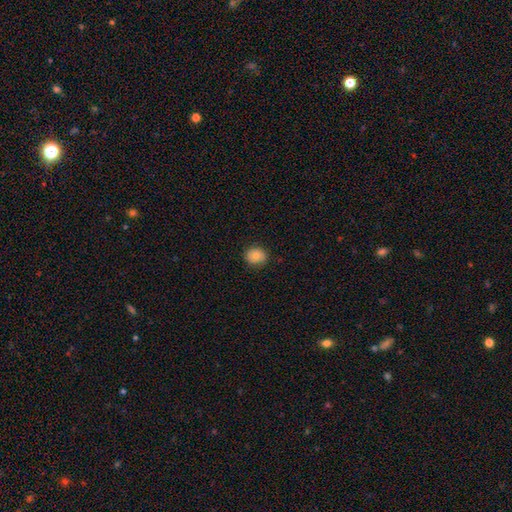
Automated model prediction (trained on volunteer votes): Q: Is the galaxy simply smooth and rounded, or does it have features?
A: smooth — 82%.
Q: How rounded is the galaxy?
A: round — 72%.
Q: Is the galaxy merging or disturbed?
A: none — 83%.